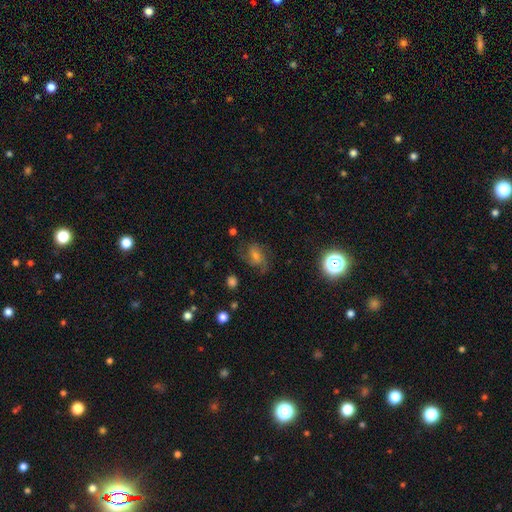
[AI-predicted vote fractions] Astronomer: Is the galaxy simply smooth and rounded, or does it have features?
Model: featured or disk — 64%.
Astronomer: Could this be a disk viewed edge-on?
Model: no — 97%.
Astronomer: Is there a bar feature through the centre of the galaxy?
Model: no — 53% (runner-up: weak, 38%).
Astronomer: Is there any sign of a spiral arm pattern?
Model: yes — 93%.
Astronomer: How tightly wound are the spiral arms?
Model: medium — 50% (runner-up: tight, 27%).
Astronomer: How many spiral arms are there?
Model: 2 — 43% (runner-up: can't tell, 21%).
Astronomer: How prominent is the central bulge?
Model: small — 46% (runner-up: moderate, 41%).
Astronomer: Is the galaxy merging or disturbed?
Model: none — 68%.